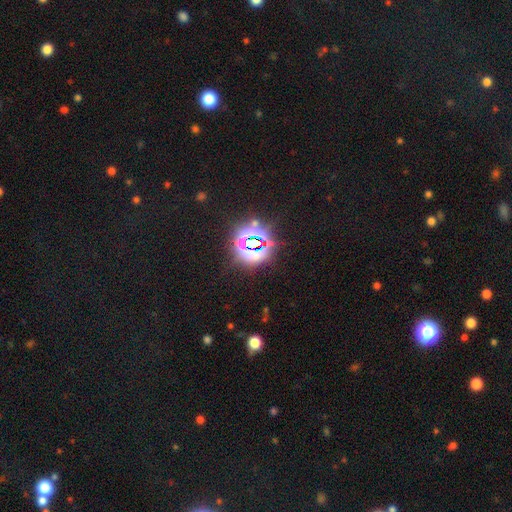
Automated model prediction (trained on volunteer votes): Smooth or featured? Predicted: star or artifact (p=0.79).